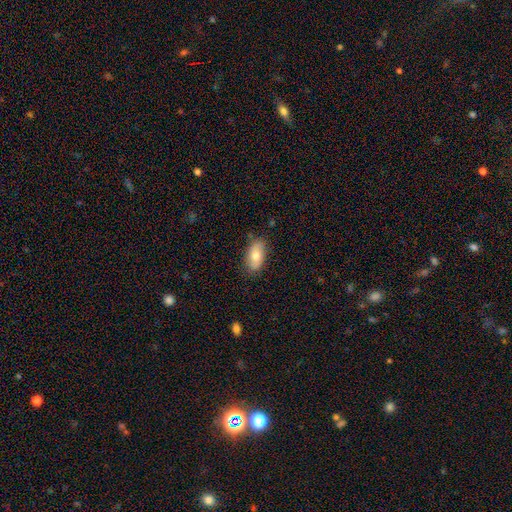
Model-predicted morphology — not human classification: This is likely a smooth galaxy (74%). How rounded: clearly in between (92%). Merging: clearly none (82%).